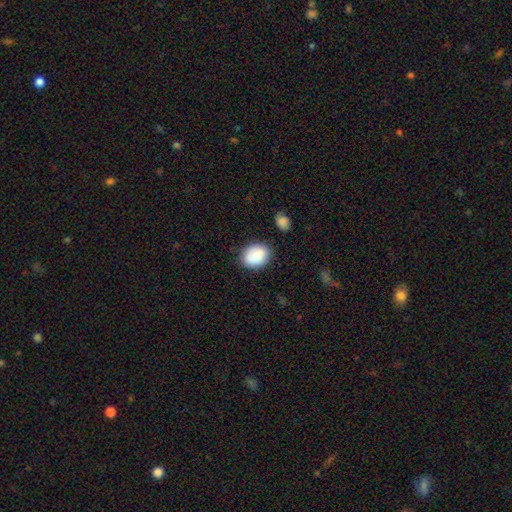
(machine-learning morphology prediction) smooth-or-featured: smooth: 88% | star or artifact: 7% | featured or disk: 5%
  how-rounded: in between: 65% | round: 34% | cigar-shaped: 1%
  merging: none: 78% | minor disturbance: 15% | merger: 4% | major disturbance: 4%